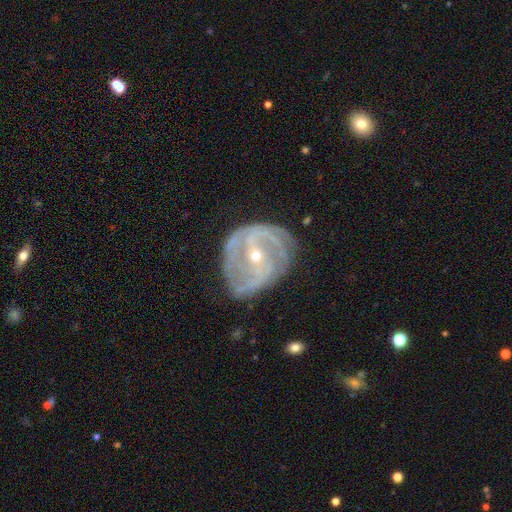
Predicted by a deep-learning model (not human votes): featured or disk 87%, star or artifact 6%, smooth 6%. Down the decision tree: edge-on disk — no (97%); bar — no (39%); spiral arms — yes (95%); spiral arm count — 2 (33%); spiral winding — tight (47%); bulge size — small (77%); merging — none (65%).